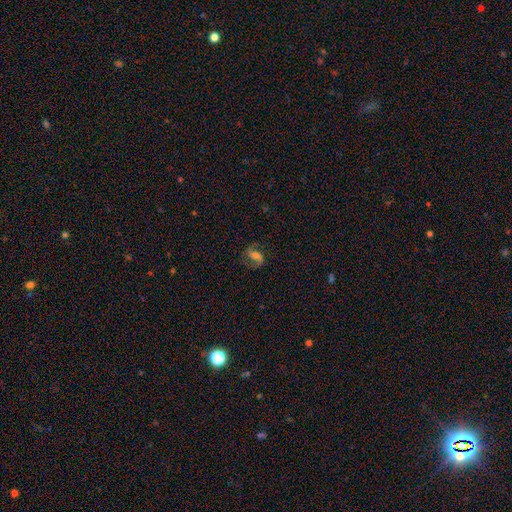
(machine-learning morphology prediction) Smooth or featured: featured or disk — 70% (smooth — 20%)
Edge-on disk: no — 97% (yes — 3%)
Bar: weak — 42% (strong — 33%)
Spiral arms: yes — 93% (no — 7%)
Spiral winding: medium — 46% (loose — 42%)
Spiral arm count: 2 — 88% (1 — 6%)
Bulge size: moderate — 33% (small — 28%)
Merging: none — 71% (minor disturbance — 15%)